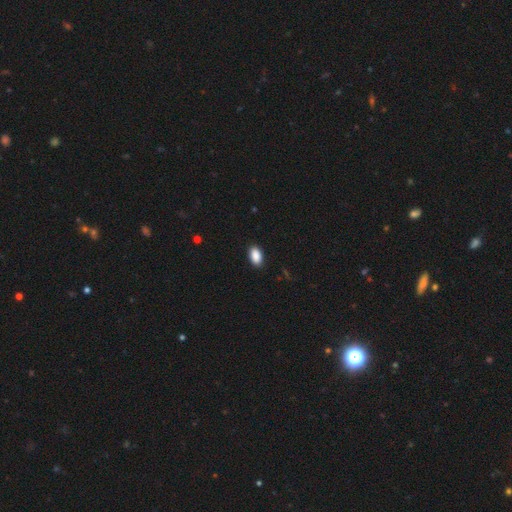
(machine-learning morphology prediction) A smooth galaxy with no disk features (90%) that is in between round and cigar-shaped (93%).

Vote fractions:
- Smooth or featured? smooth: 90% / star or artifact: 7% / featured or disk: 3%
- How rounded? in between: 93% / round: 5% / cigar-shaped: 2%
- Merging? none: 89% / minor disturbance: 8% / major disturbance: 2% / merger: 1%